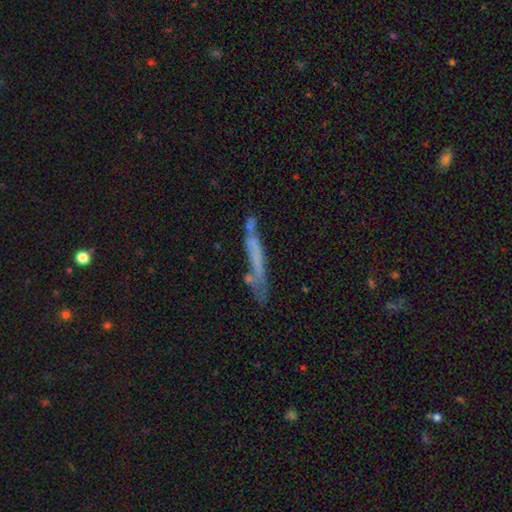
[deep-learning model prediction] Smooth or featured? smooth (48%)
Merging? none (57%)